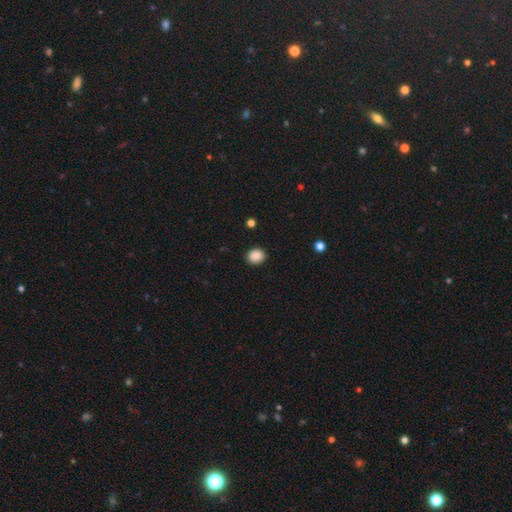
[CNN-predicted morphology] smooth-or-featured: smooth: 88% | star or artifact: 9% | featured or disk: 3%
  how-rounded: round: 71% | in between: 28% | cigar-shaped: 1%
  merging: none: 90% | minor disturbance: 7% | major disturbance: 2% | merger: 1%